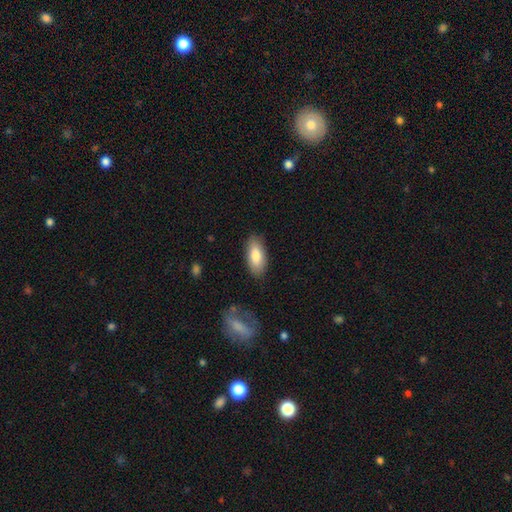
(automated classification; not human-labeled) Q: Smooth or featured?
A: smooth (81%); runner-up: featured or disk (13%)
Q: How rounded?
A: in between (87%); runner-up: cigar-shaped (10%)
Q: Merging?
A: none (85%); runner-up: minor disturbance (11%)